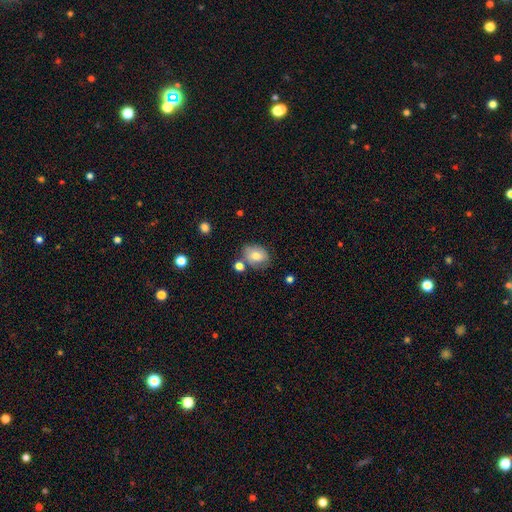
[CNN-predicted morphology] This appears to be a smooth galaxy with no disk features (72%) that is in between round and cigar-shaped (56%). Merging: none (63%).